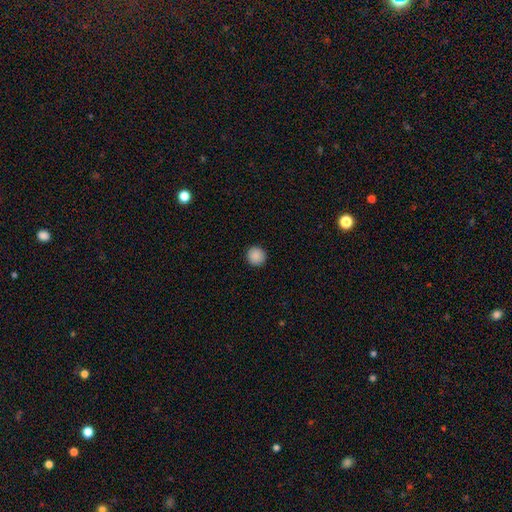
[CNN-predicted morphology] type=smooth (89%); roundness=round (94%); merging=none (93%).